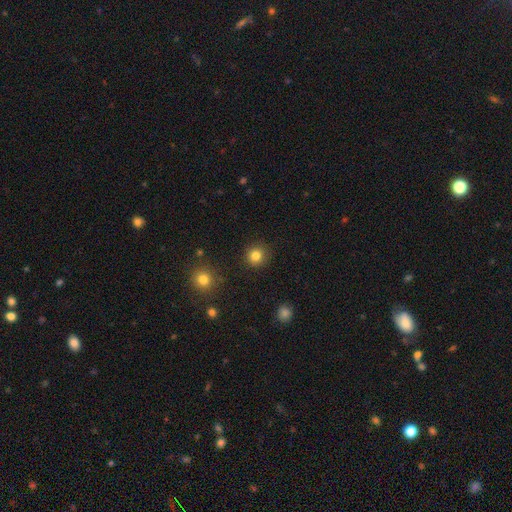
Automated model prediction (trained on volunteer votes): Q: Smooth or featured?
A: smooth (82%); runner-up: star or artifact (12%)
Q: How rounded?
A: round (93%); runner-up: in between (6%)
Q: Merging?
A: none (90%); runner-up: minor disturbance (6%)